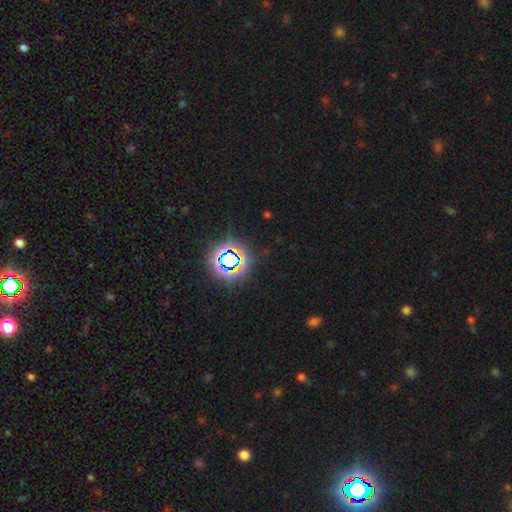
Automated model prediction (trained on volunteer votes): A star or artifact, not a galaxy (78%).